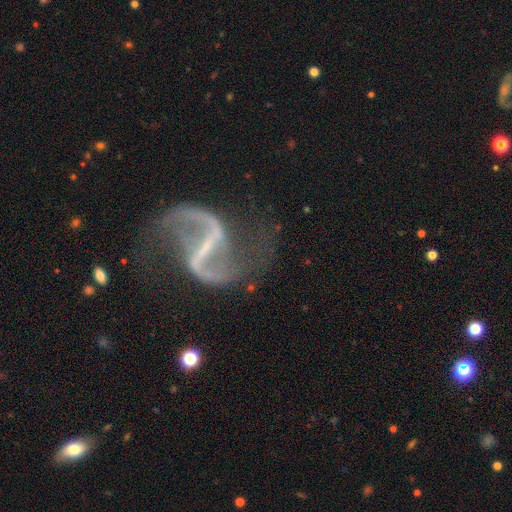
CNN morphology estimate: This appears to be a featured or disk galaxy (92%) with a strong bar (65%), 2 (94%) loose (73%) spiral arms (96%) and a small central bulge (54%). Merging: none (70%).